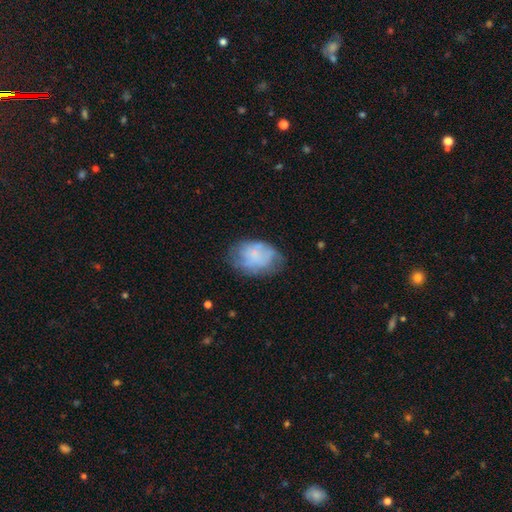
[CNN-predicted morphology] This appears to be a smooth galaxy with no disk features (59%) that is in between round and cigar-shaped (78%). Merging: none (55%).